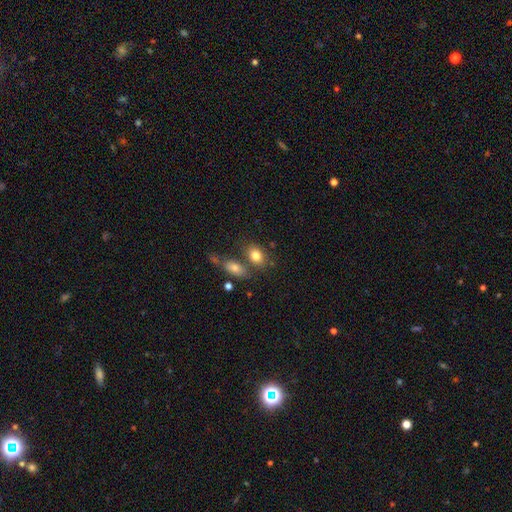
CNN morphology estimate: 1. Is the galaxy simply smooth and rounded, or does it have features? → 80% smooth, 11% featured or disk, 9% star or artifact.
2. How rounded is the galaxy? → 77% in between, 21% round, 2% cigar-shaped.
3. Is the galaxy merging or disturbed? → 58% none, 25% merger, 13% minor disturbance, 5% major disturbance.